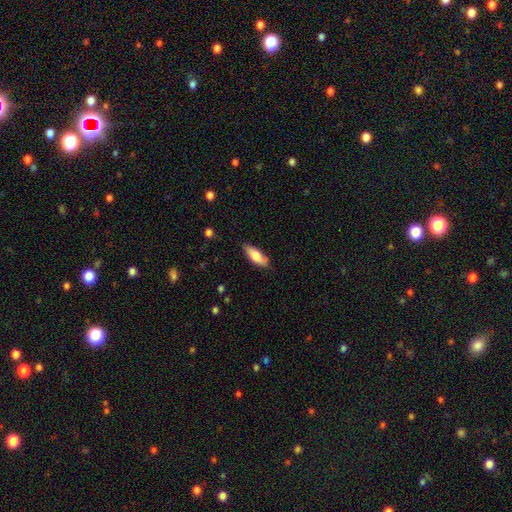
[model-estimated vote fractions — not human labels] Morphology: type=smooth (78%); roundness=in between (67%); merging=none (81%).